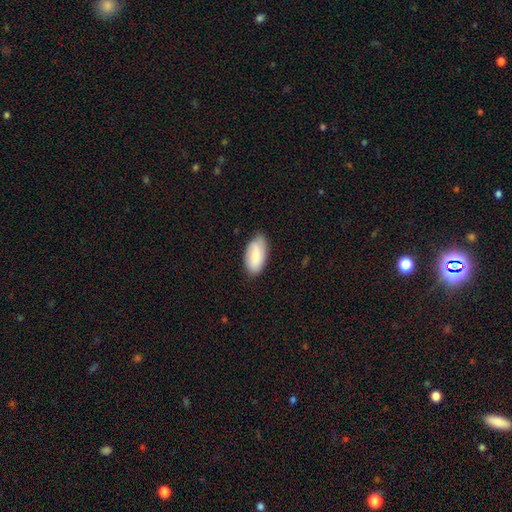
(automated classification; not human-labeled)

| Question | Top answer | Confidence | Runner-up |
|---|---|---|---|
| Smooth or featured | smooth | 75% | featured or disk (20%) |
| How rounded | in between | 94% | cigar-shaped (4%) |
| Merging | none | 77% | minor disturbance (18%) |